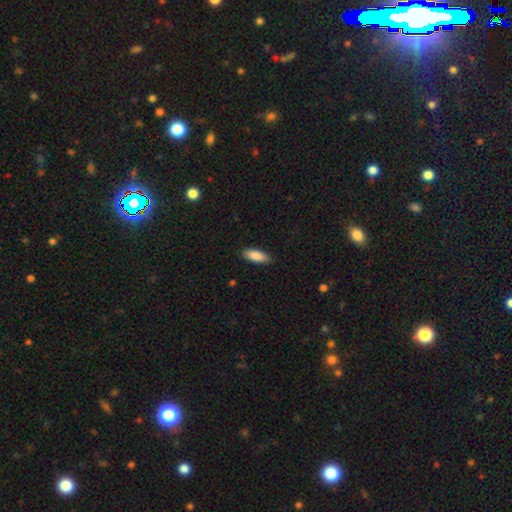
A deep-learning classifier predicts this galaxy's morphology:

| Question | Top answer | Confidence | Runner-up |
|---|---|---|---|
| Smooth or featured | smooth | 87% | featured or disk (7%) |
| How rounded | in between | 72% | cigar-shaped (26%) |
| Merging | none | 88% | minor disturbance (9%) |